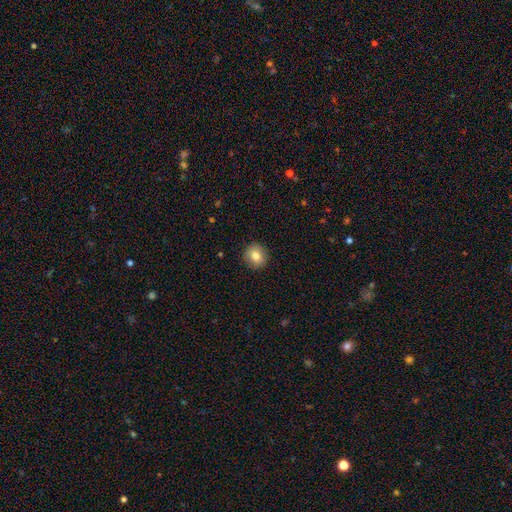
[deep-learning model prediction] smooth 82%, star or artifact 9%, featured or disk 9%. Down the decision tree: how rounded — round (86%); merging — none (91%).